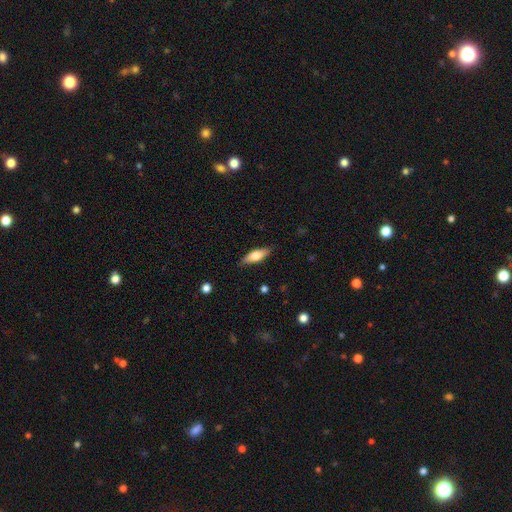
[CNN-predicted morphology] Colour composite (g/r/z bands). It shows a smooth galaxy with no disk features (64%) that is in between round and cigar-shaped (59%). Merging: none (85%).